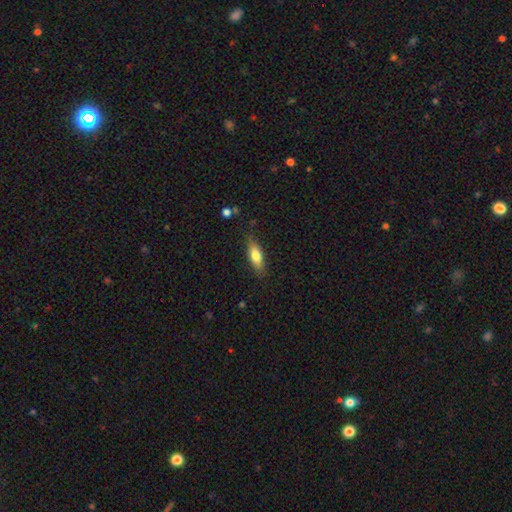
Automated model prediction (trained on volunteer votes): Smooth or featured?
  - smooth: 70% *
  - featured or disk: 24%
  - star or artifact: 7%
How rounded?
  - in between: 61% *
  - cigar-shaped: 36%
  - round: 3%
Merging?
  - none: 80% *
  - minor disturbance: 15%
  - major disturbance: 3%
  - merger: 2%